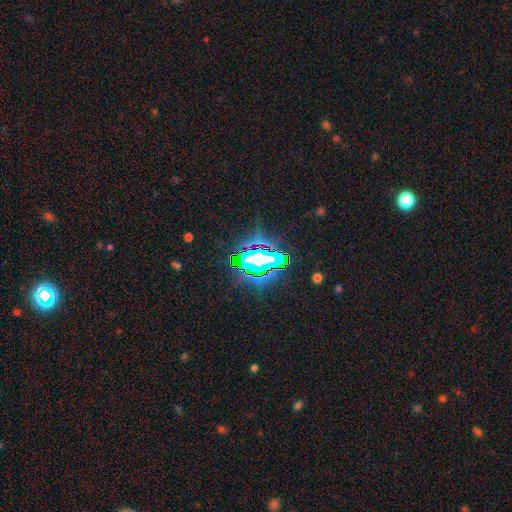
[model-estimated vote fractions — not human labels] Overall: star or artifact (70%).